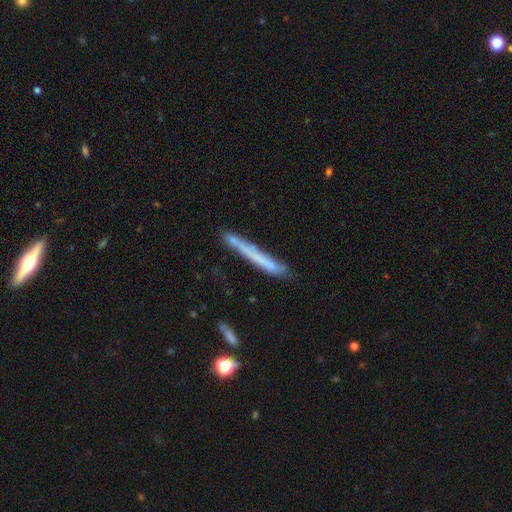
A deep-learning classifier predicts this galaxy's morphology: This is possibly a smooth galaxy (52%). How rounded: clearly cigar-shaped (97%). Merging: likely none (75%).